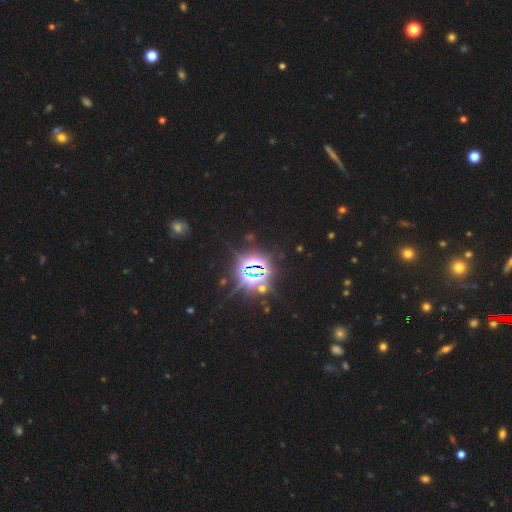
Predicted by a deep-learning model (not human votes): A star or artifact, not a galaxy (83%).

Vote fractions:
- Smooth or featured? star or artifact: 83% / smooth: 11% / featured or disk: 6%